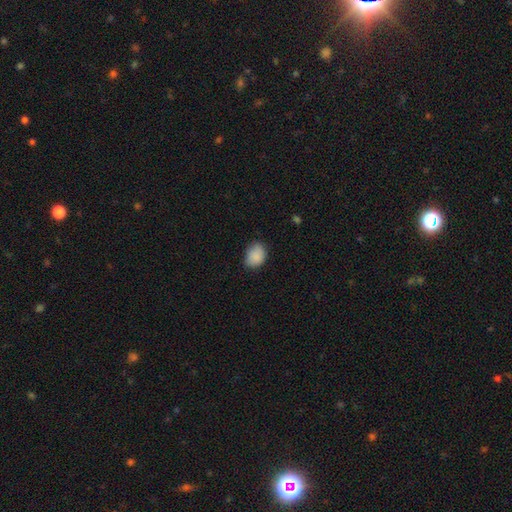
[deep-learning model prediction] The model was most divided on "how rounded": in between: 64%, round: 35%, cigar-shaped: 1%. More confident: smooth or featured — smooth (88%); merging — none (70%).